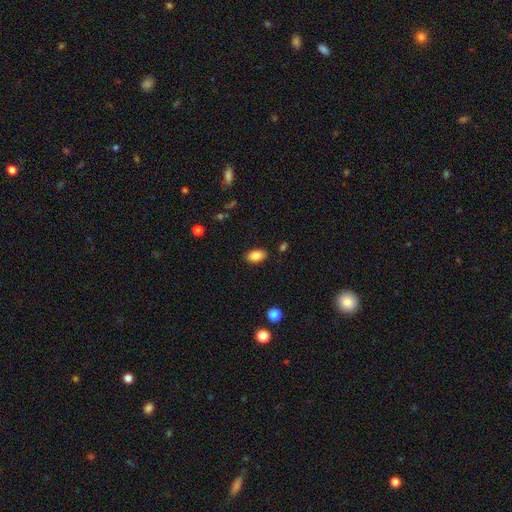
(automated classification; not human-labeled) Overall: smooth (84%). How rounded: in between (91%). Merging: none (86%).